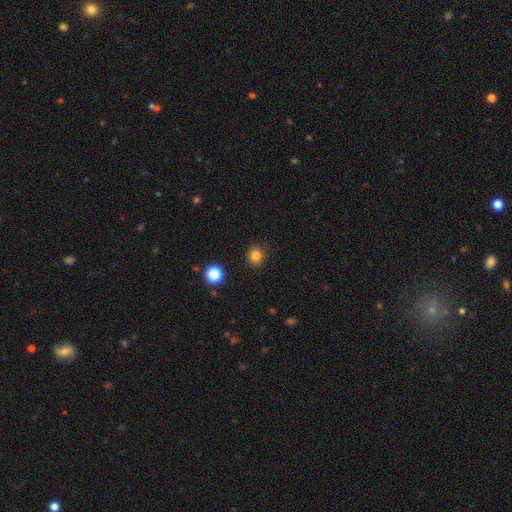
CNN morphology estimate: smooth_or_featured: smooth (p=0.82) [alt: star or artifact p=0.13]
how_rounded: round (p=0.84) [alt: in between p=0.15]
merging: none (p=0.89) [alt: minor disturbance p=0.07]